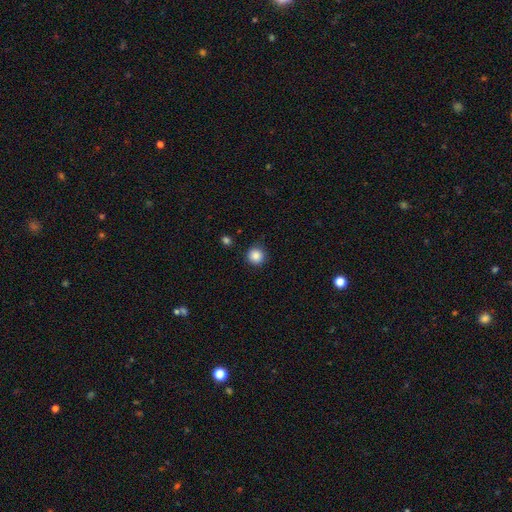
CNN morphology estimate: Overall: smooth (87%). How rounded: round (95%). Merging: none (89%).